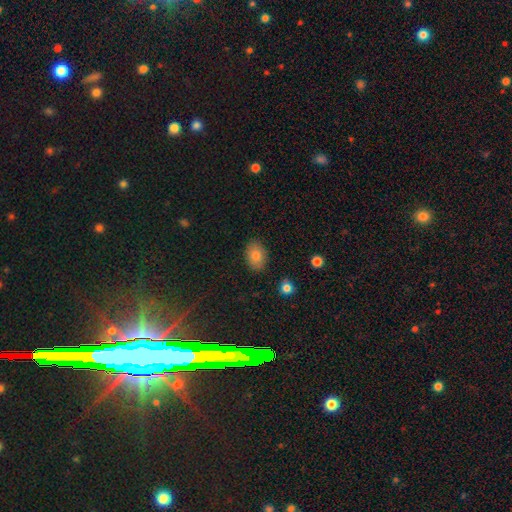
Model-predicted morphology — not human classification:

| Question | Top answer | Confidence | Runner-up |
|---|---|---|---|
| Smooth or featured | smooth | 83% | featured or disk (9%) |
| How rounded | in between | 79% | round (19%) |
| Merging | none | 87% | minor disturbance (9%) |